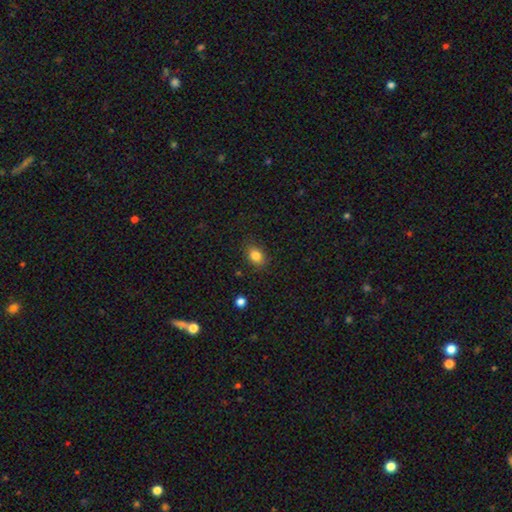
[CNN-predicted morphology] type=smooth (83%); roundness=in between (68%); merging=none (82%).